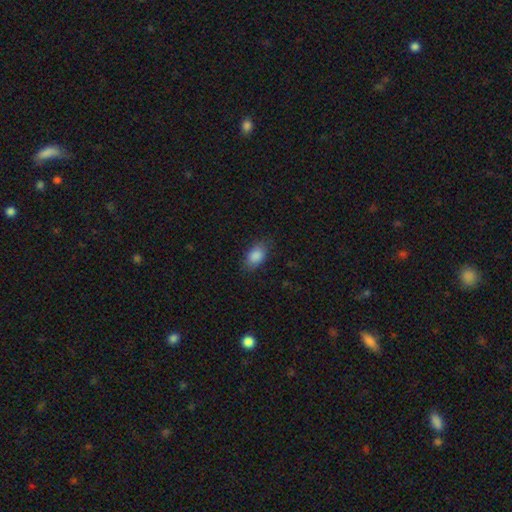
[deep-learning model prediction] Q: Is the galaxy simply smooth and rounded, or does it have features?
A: smooth — 88%.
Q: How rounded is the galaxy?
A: in between — 89%.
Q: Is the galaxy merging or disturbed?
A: none — 80%.